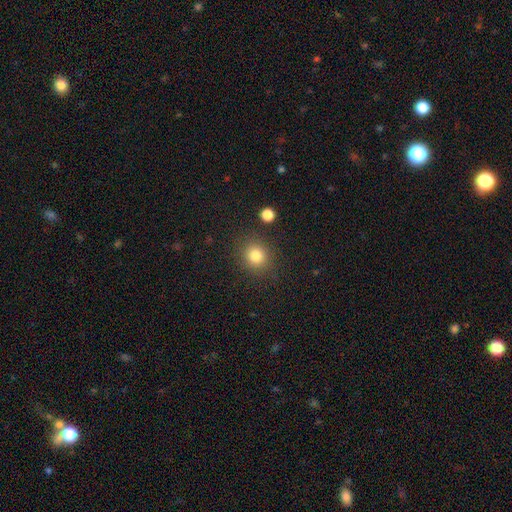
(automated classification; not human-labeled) This appears to be a smooth galaxy with no disk features (82%) that is round (86%). Merging: none (87%).